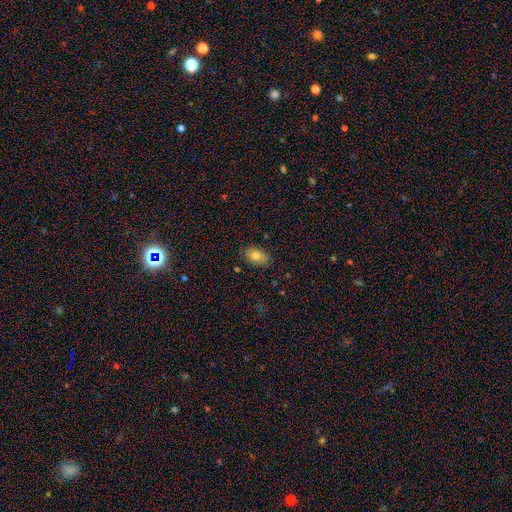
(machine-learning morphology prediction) Smooth or featured? smooth (79%)
How rounded? in between (86%)
Merging? none (83%)